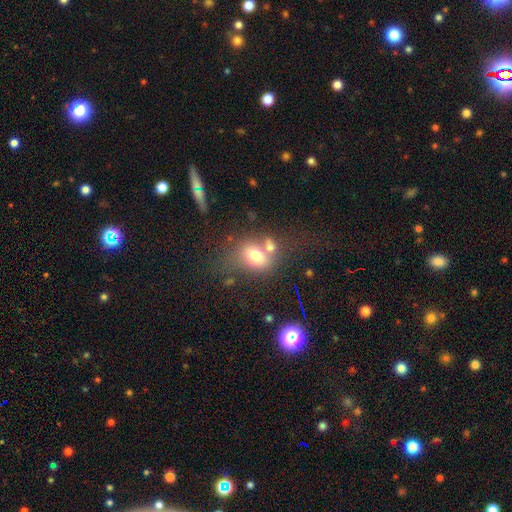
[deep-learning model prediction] This appears to be a smooth galaxy with no disk features (70%) that is in between round and cigar-shaped (66%). Merging: merger (41%).